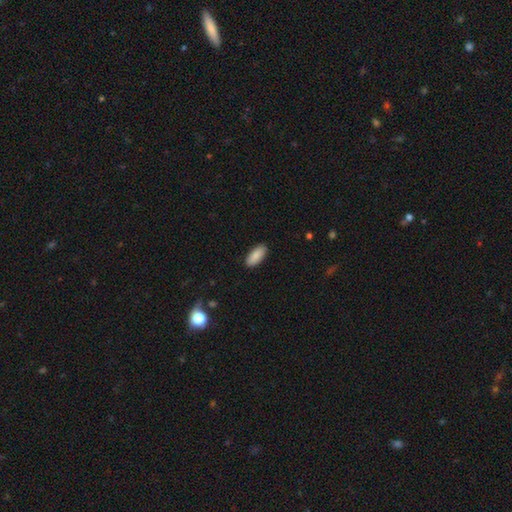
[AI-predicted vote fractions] smooth_or_featured: smooth (p=0.86) [alt: featured or disk p=0.08]
how_rounded: in between (p=0.86) [alt: cigar-shaped p=0.13]
merging: none (p=0.89) [alt: minor disturbance p=0.09]